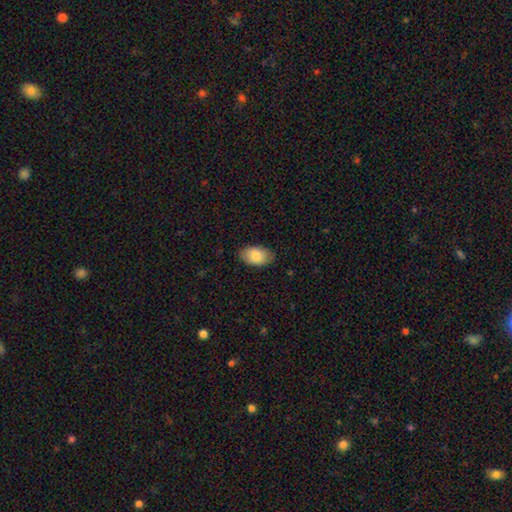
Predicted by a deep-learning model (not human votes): Overall: smooth (82%). How rounded: in between (93%). Merging: none (84%).